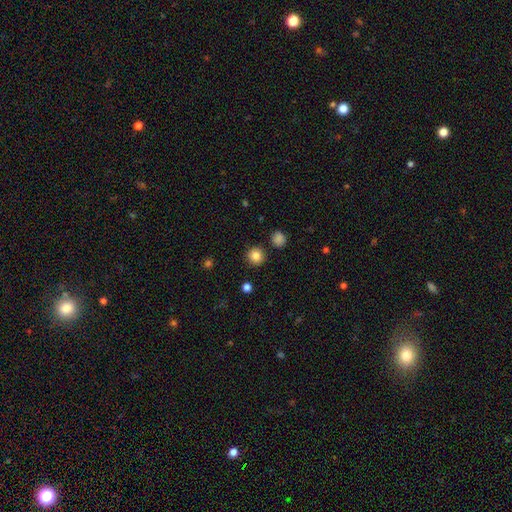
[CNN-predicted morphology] smooth_or_featured: smooth (p=0.84) [alt: star or artifact p=0.11]
how_rounded: round (p=0.94) [alt: in between p=0.05]
merging: none (p=0.90) [alt: minor disturbance p=0.05]